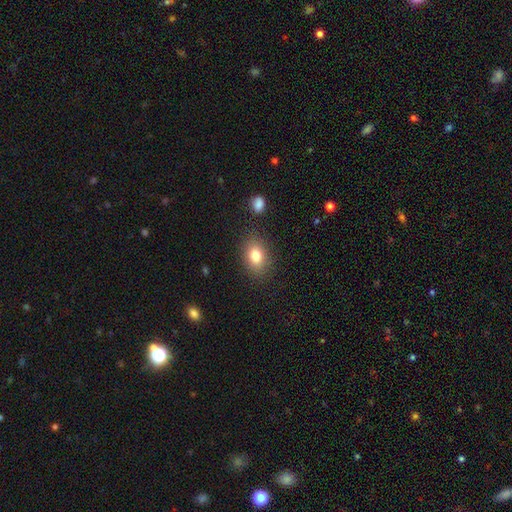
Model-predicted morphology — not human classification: This is clearly a smooth galaxy (81%). How rounded: likely in between (77%). Merging: clearly none (83%).